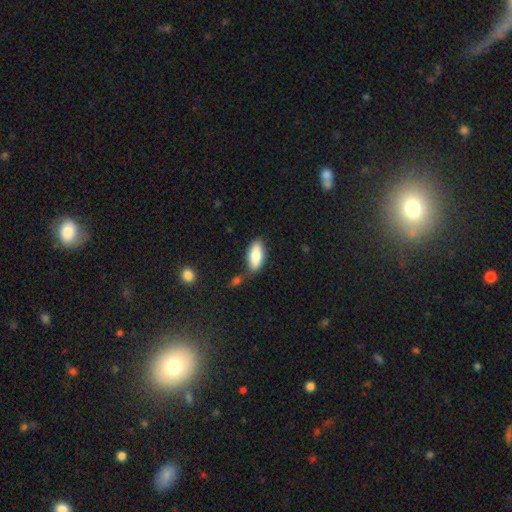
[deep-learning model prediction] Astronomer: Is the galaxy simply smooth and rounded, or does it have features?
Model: smooth — 82%.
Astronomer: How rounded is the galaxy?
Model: in between — 84%.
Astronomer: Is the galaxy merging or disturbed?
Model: none — 70%.